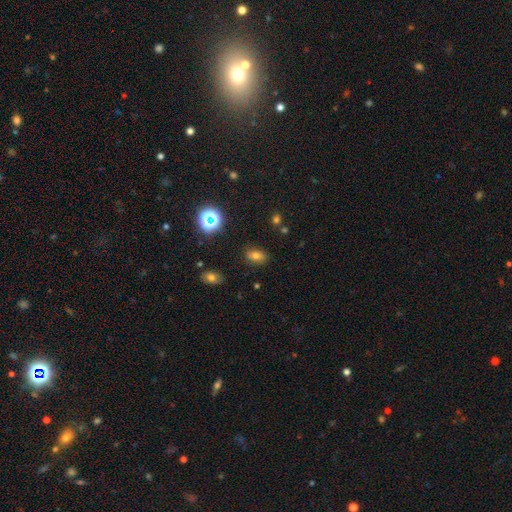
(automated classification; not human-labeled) Overall: smooth (64%). How rounded: in between (80%). Merging: none (82%).